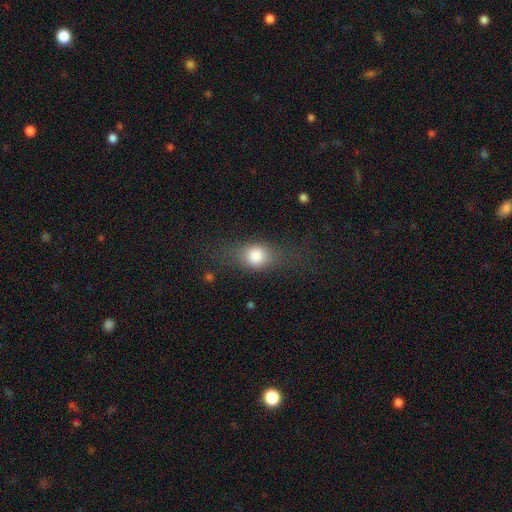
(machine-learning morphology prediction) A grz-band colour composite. It shows a smooth galaxy with no disk features (70%) that is in between round and cigar-shaped (50%). Merging: none (57%).